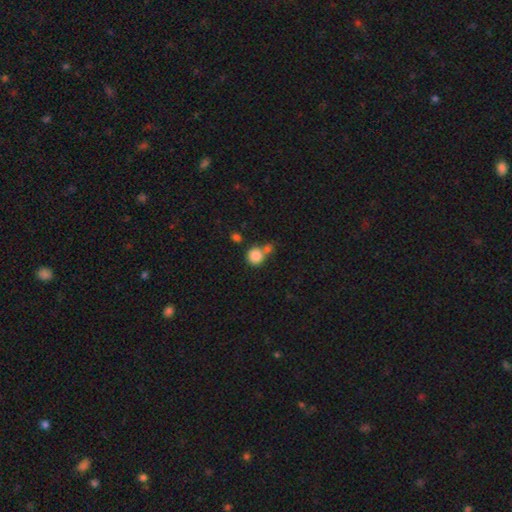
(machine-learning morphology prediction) This appears to be a smooth galaxy with no disk features (84%) that is round (88%). Merging: none (53%).